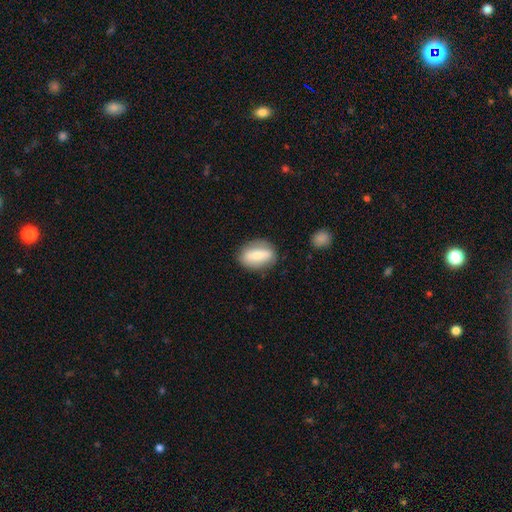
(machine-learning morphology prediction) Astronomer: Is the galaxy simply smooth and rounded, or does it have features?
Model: smooth — 67%.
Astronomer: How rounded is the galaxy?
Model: in between — 81%.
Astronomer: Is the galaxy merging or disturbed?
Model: none — 80%.